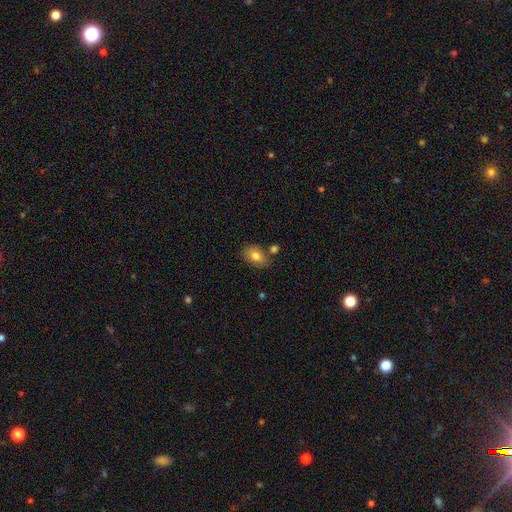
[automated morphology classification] The model was most divided on "merging": none: 70%, minor disturbance: 16%, merger: 10%, major disturbance: 4%. More confident: how rounded — in between (82%); smooth or featured — smooth (80%).